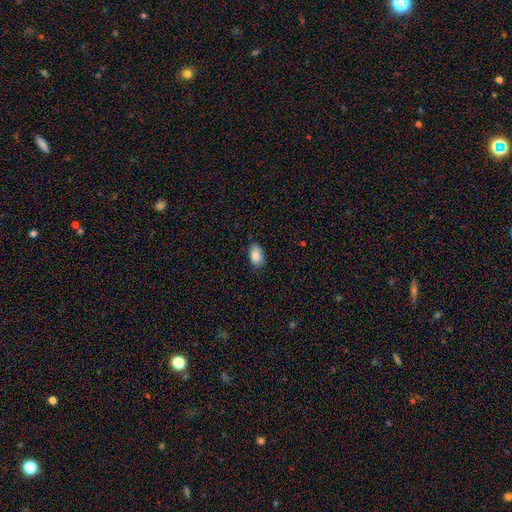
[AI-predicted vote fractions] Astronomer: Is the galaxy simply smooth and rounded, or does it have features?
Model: smooth — 88%.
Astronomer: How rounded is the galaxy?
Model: in between — 93%.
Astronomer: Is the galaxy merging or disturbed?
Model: none — 79%.